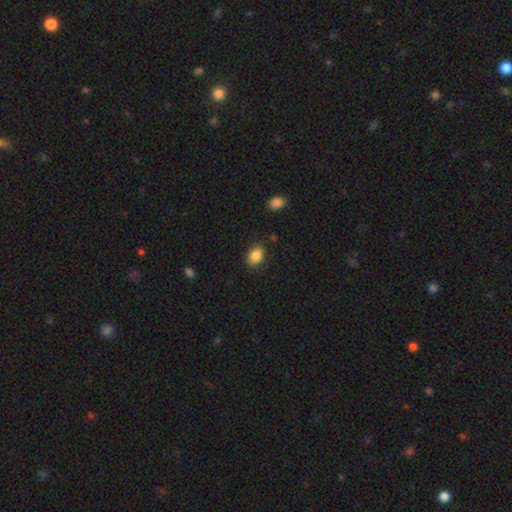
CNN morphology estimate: type=smooth (87%); roundness=in between (74%); merging=none (83%).